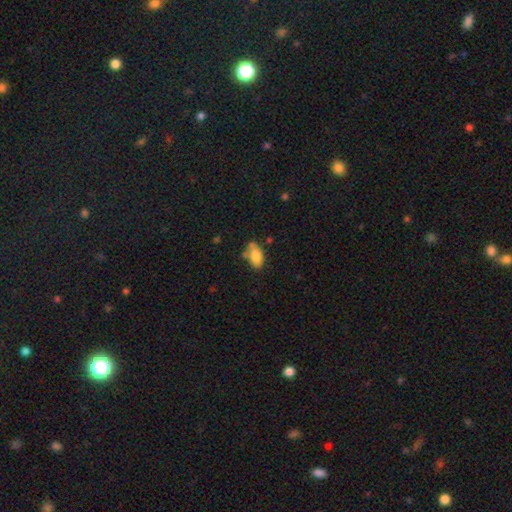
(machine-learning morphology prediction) smooth_or_featured: smooth (p=0.75) [alt: featured or disk p=0.17]
how_rounded: in between (p=0.89) [alt: round p=0.06]
merging: none (p=0.49) [alt: minor disturbance p=0.28]